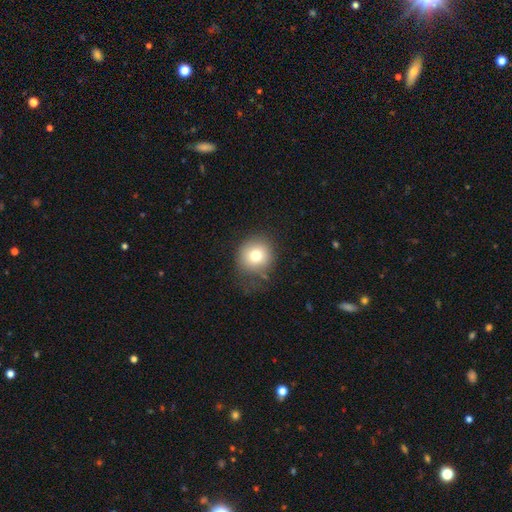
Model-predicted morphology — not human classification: Overall: smooth (75%). How rounded: round (89%). Merging: none (76%).